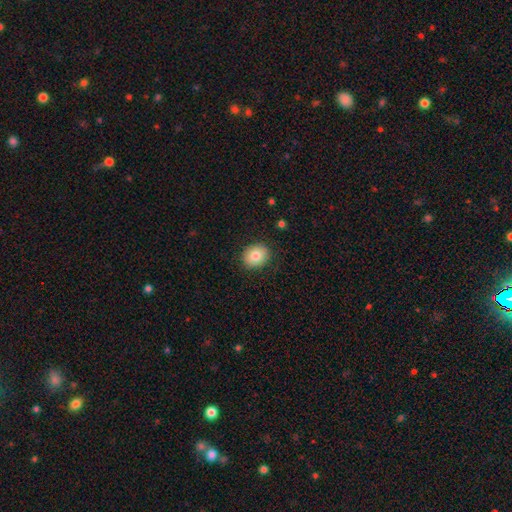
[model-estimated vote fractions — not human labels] Morphology: type=smooth (82%); roundness=round (60%); merging=none (88%).